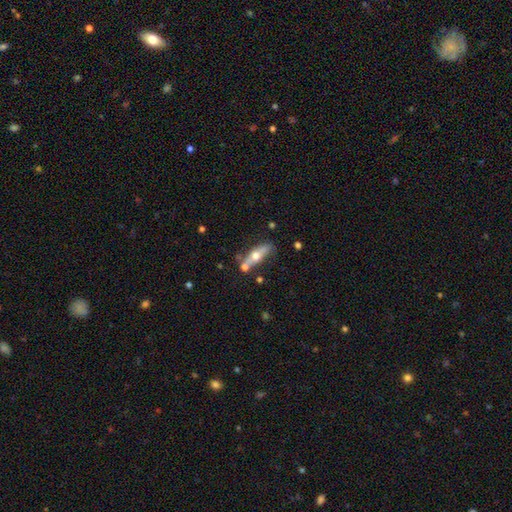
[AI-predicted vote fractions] smooth_or_featured: featured or disk (p=0.48) [alt: smooth p=0.45]
merging: none (p=0.60) [alt: minor disturbance p=0.18]